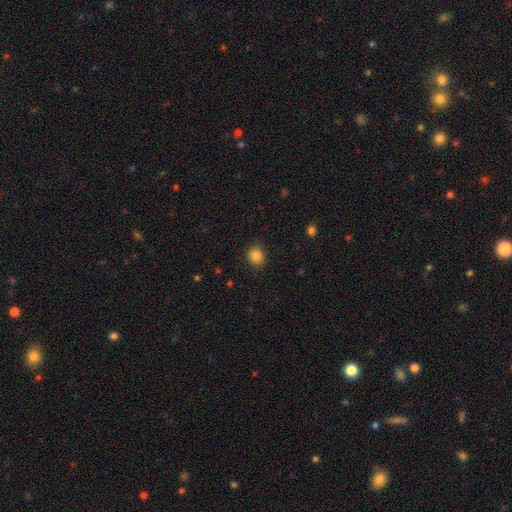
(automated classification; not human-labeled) Smooth or featured? smooth (85%)
How rounded? round (71%)
Merging? none (89%)